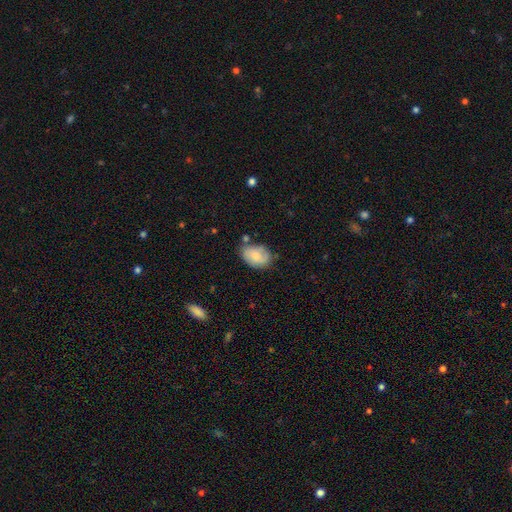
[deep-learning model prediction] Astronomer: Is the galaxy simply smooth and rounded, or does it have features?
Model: smooth — 72%.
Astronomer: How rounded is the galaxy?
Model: in between — 82%.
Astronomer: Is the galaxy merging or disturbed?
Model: none — 63%.